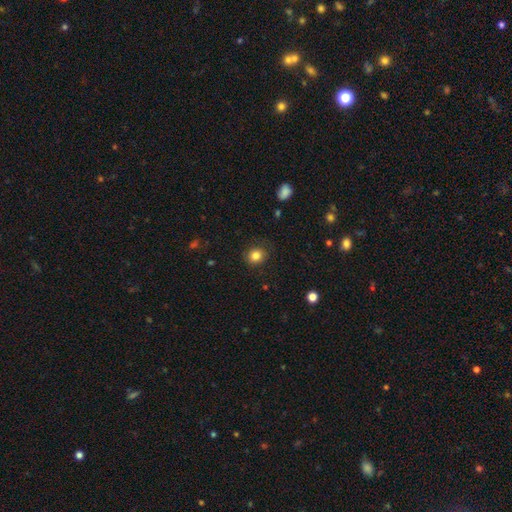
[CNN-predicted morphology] smooth_or_featured: smooth (p=0.84) [alt: star or artifact p=0.11]
how_rounded: round (p=0.78) [alt: in between p=0.21]
merging: none (p=0.84) [alt: minor disturbance p=0.11]